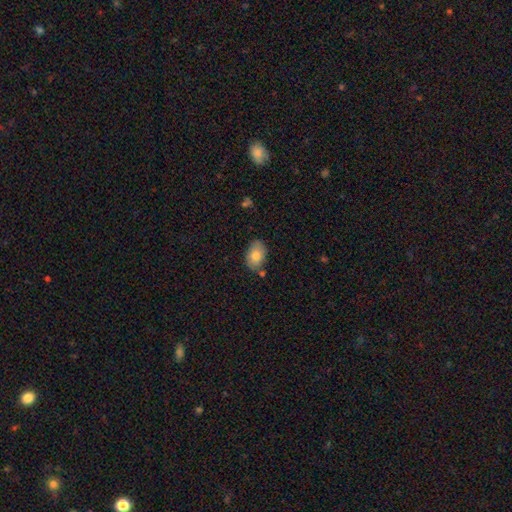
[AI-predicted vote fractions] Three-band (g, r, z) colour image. It shows a smooth galaxy with no disk features (80%) that is in between round and cigar-shaped (88%). Merging: none (74%).